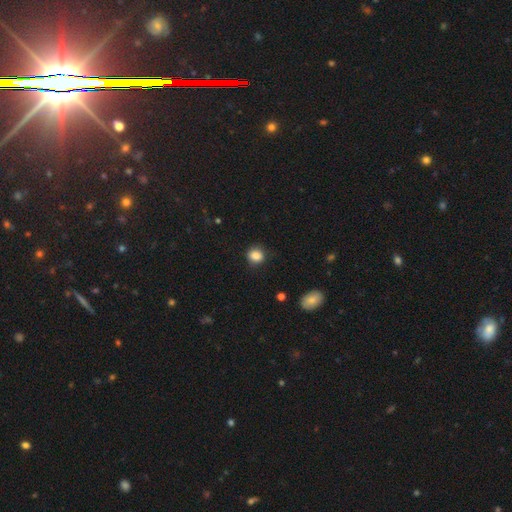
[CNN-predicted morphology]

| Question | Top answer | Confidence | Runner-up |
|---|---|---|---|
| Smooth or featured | smooth | 86% | star or artifact (10%) |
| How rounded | round | 72% | in between (27%) |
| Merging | none | 81% | minor disturbance (14%) |